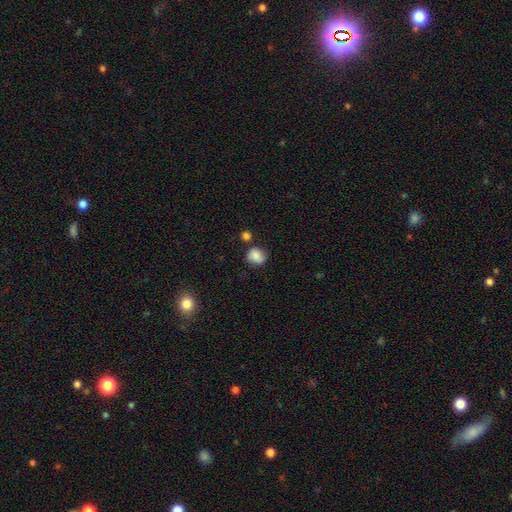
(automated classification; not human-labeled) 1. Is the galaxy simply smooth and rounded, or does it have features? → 82% smooth, 9% star or artifact, 9% featured or disk.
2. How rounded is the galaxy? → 70% round, 29% in between, 1% cigar-shaped.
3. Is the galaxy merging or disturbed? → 69% none, 18% minor disturbance, 9% merger, 4% major disturbance.